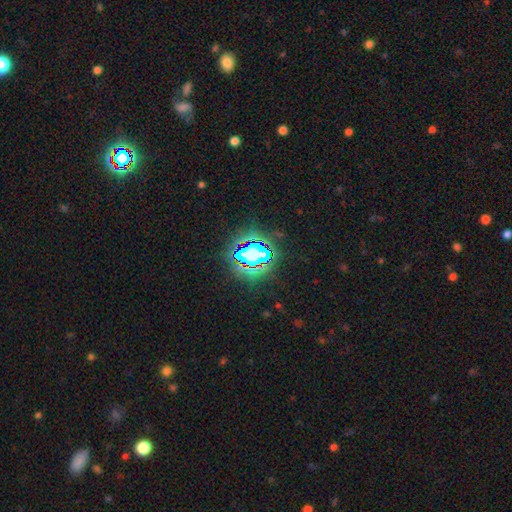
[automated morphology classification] star or artifact 81%, smooth 12%, featured or disk 7%.